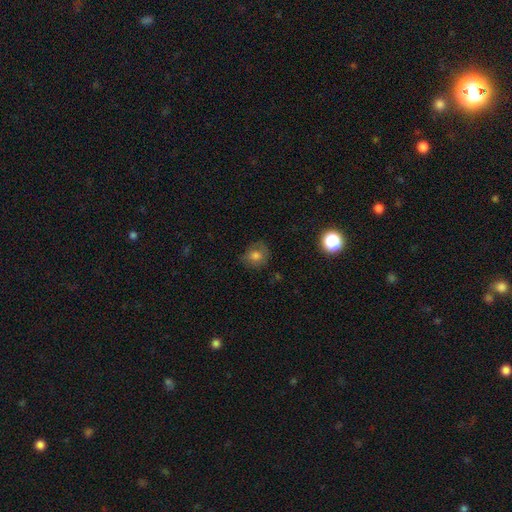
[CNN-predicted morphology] The model was most divided on "merging": none: 67%, minor disturbance: 23%, major disturbance: 8%, merger: 2%. More confident: how rounded — round (77%); smooth or featured — smooth (73%).